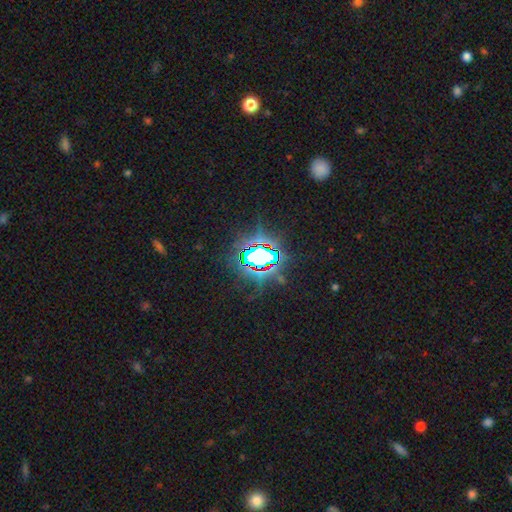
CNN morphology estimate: smooth-or-featured: star or artifact: 78% | smooth: 11% | featured or disk: 11%